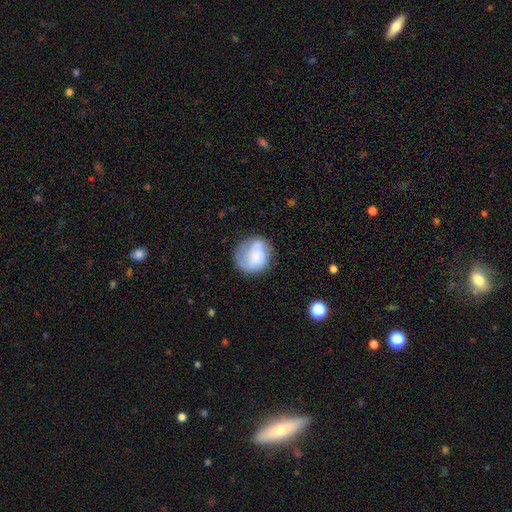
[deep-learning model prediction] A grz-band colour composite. It shows a smooth galaxy with no disk features (46%, tied with featured or disk). Merging: none (59%).